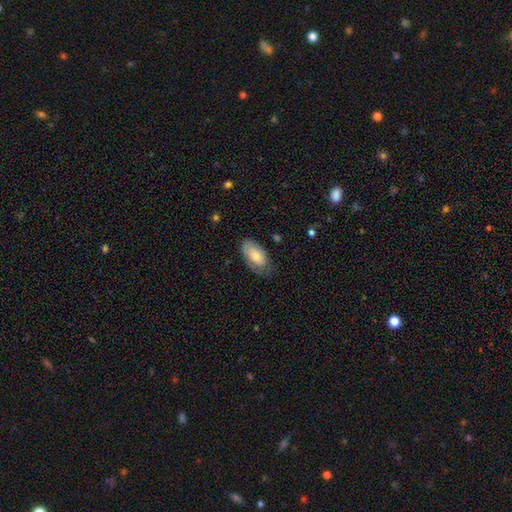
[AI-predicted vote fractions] Smooth or featured: smooth — 72% (featured or disk — 22%)
How rounded: in between — 94% (round — 3%)
Merging: none — 59% (minor disturbance — 29%)